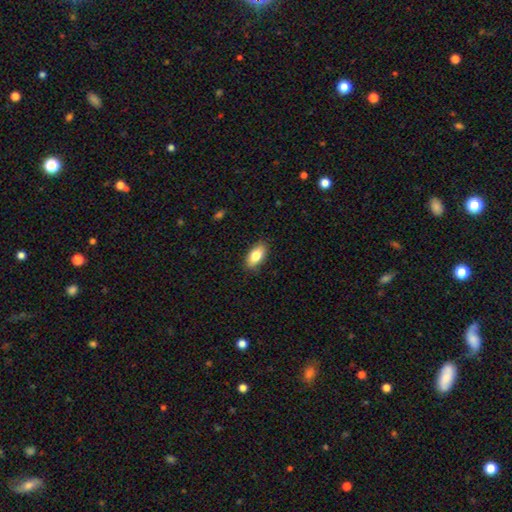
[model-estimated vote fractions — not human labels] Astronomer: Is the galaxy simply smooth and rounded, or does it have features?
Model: smooth — 80%.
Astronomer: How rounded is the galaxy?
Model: in between — 89%.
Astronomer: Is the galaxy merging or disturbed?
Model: none — 87%.